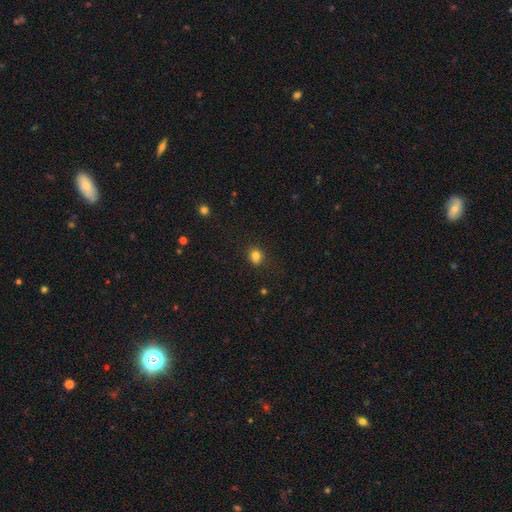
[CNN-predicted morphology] smooth 80%, star or artifact 13%, featured or disk 7%. Down the decision tree: how rounded — round (66%); merging — none (79%).